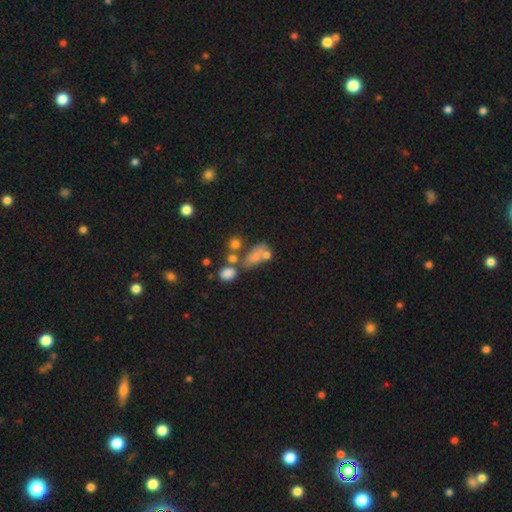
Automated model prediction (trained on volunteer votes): smooth-or-featured: smooth: 59% | featured or disk: 26% | star or artifact: 15%
  how-rounded: in between: 77% | round: 18% | cigar-shaped: 5%
  merging: merger: 41% | none: 27% | major disturbance: 16% | minor disturbance: 16%